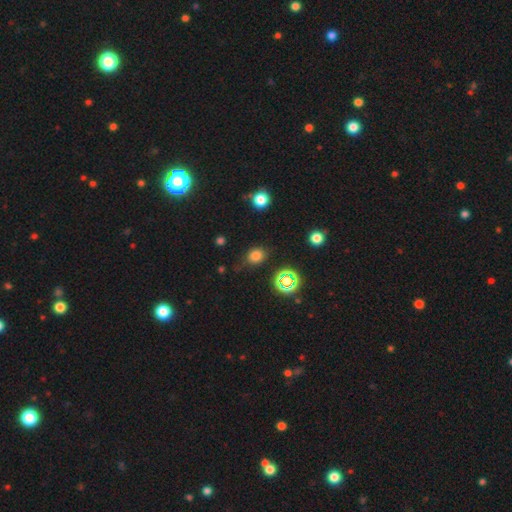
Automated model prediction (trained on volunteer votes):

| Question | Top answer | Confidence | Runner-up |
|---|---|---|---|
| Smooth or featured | smooth | 74% | star or artifact (19%) |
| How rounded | in between | 50% | round (49%) |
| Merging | none | 77% | minor disturbance (16%) |